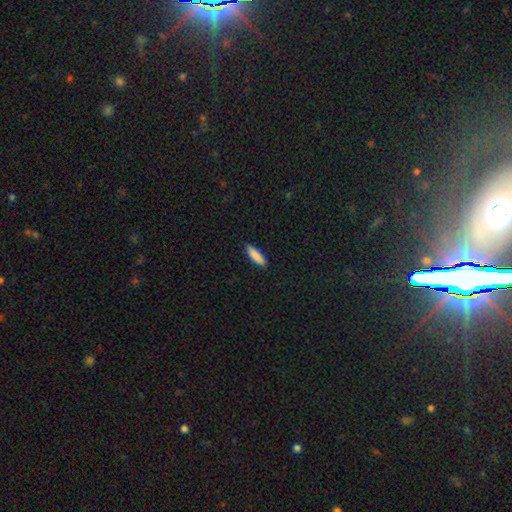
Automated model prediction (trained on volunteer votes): This appears to be a smooth galaxy with no disk features (88%) that is cigar-shaped (59%). Merging: none (89%).